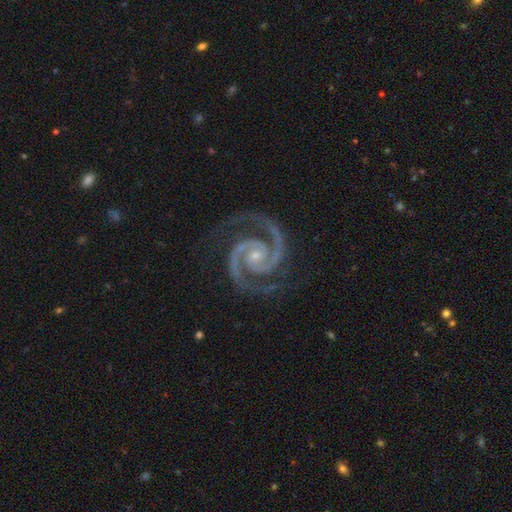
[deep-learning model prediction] This is clearly a featured or disk galaxy (94%). It is clearly not viewed edge-on (98%). Bar: possibly no (57%). Spiral arm pattern: clearly yes (99%). Spiral arm count: clearly 2 (94%). Spiral winding: possibly tight (50%). Central bulge: likely small (71%). Merging: clearly none (84%).